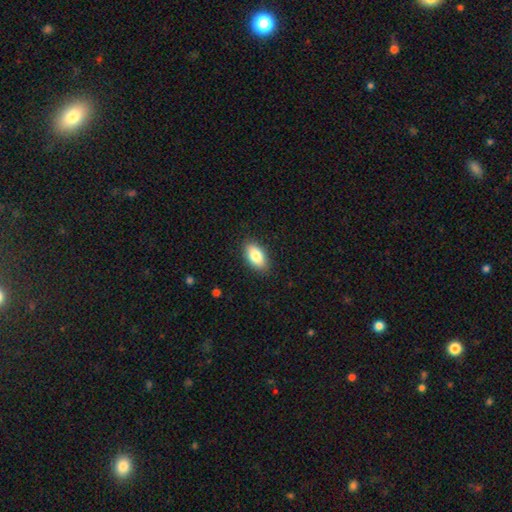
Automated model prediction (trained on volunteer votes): Smooth or featured? Predicted: smooth (p=0.84). How rounded? Predicted: in between (p=0.92). Merging? Predicted: none (p=0.88).